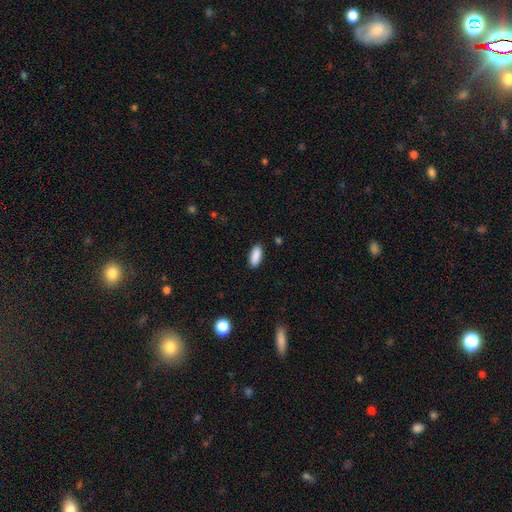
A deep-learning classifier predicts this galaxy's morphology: A smooth galaxy with no disk features (90%) that is in between round and cigar-shaped (80%).

Vote fractions:
- Smooth or featured? smooth: 90% / star or artifact: 6% / featured or disk: 3%
- How rounded? in between: 80% / cigar-shaped: 18% / round: 2%
- Merging? none: 89% / minor disturbance: 8% / major disturbance: 2% / merger: 1%